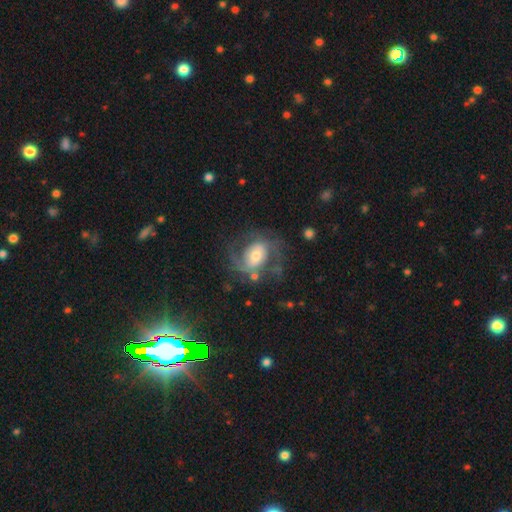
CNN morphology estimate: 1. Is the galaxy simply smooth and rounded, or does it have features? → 77% featured or disk, 16% smooth, 6% star or artifact.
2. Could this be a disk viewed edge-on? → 97% no, 3% yes.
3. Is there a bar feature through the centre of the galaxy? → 45% no, 40% weak, 15% strong.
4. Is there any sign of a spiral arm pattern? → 90% yes, 10% no.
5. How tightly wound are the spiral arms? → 49% medium, 28% tight, 23% loose.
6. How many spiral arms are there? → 71% 2, 12% can't tell, 7% 3, 6% 1, 2% 4, 2% more than 4.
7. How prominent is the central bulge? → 62% moderate, 21% small, 15% large, 2% dominant, 2% none.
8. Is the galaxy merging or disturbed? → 60% none, 19% minor disturbance, 18% major disturbance, 3% merger.